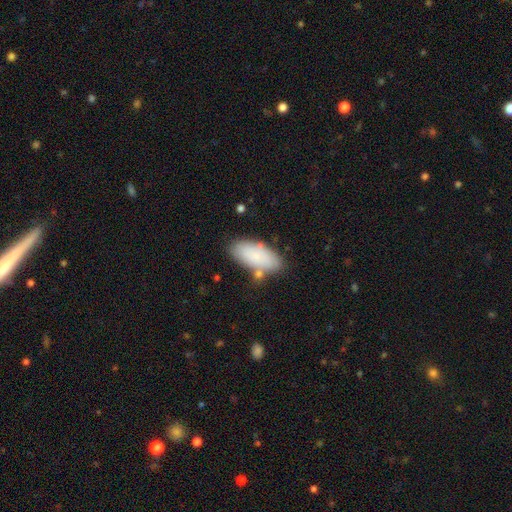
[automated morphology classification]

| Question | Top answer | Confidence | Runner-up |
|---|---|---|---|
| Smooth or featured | smooth | 84% | featured or disk (9%) |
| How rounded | in between | 88% | cigar-shaped (10%) |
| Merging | none | 75% | minor disturbance (15%) |